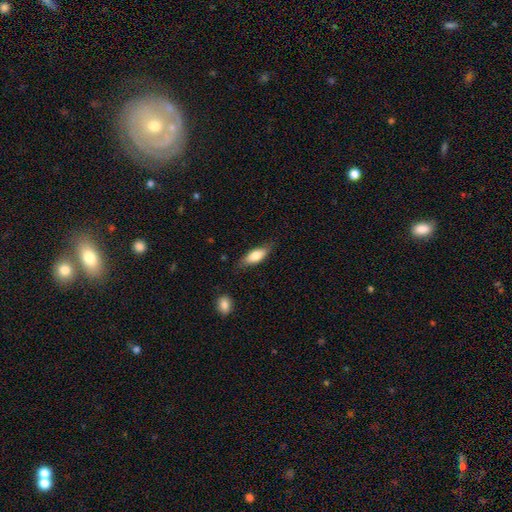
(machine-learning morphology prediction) A smooth galaxy with no disk features (74%) that is in between round and cigar-shaped (74%).

Vote fractions:
- Smooth or featured? smooth: 74% / featured or disk: 20% / star or artifact: 6%
- How rounded? in between: 74% / cigar-shaped: 24% / round: 3%
- Merging? none: 74% / minor disturbance: 20% / major disturbance: 4% / merger: 2%